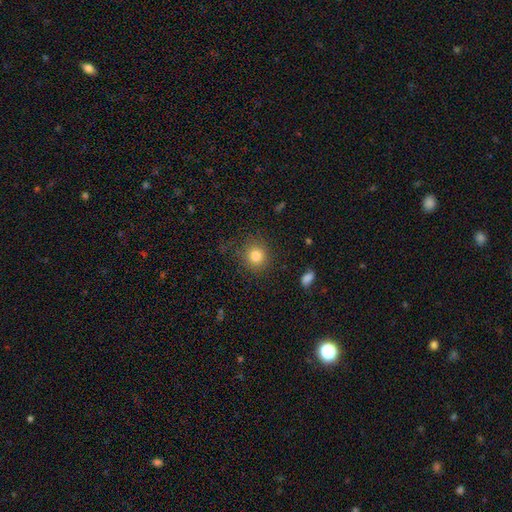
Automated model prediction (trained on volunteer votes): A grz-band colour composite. It shows a smooth galaxy with no disk features (81%) that is round (90%). Merging: none (84%).